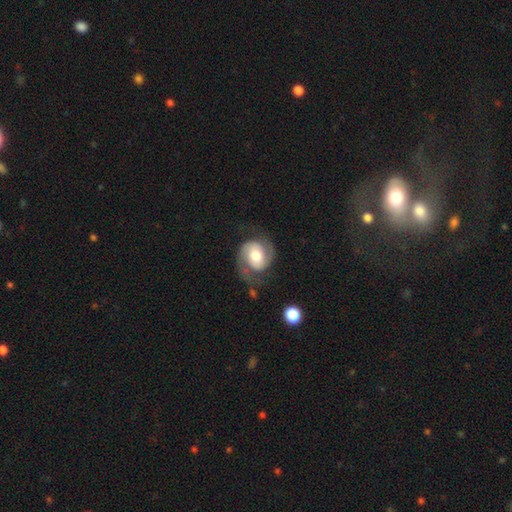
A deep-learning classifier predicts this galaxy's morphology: smooth_or_featured: featured or disk (p=0.82) [alt: smooth p=0.13]
disk_edge_on: no (p=0.98) [alt: yes p=0.02]
bar: no (p=0.57) [alt: weak p=0.33]
has_spiral_arms: yes (p=0.95) [alt: no p=0.05]
spiral_winding: medium (p=0.49) [alt: tight p=0.32]
spiral_arm_count: 2 (p=0.91) [alt: 1 p=0.03]
bulge_size: moderate (p=0.54) [alt: large p=0.29]
merging: none (p=0.66) [alt: minor disturbance p=0.19]